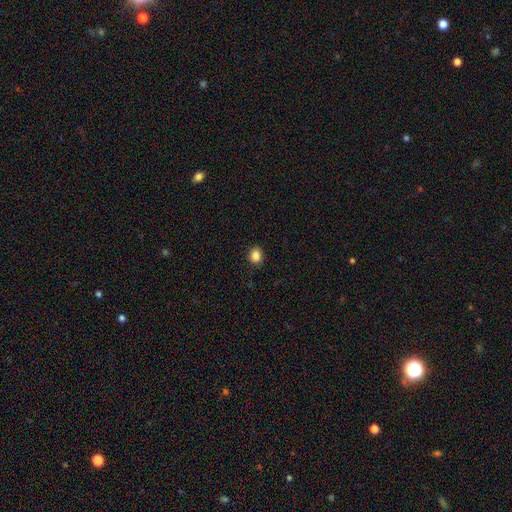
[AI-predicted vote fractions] Smooth or featured? Predicted: smooth (p=0.85). How rounded? Predicted: round (p=0.59). Merging? Predicted: none (p=0.89).